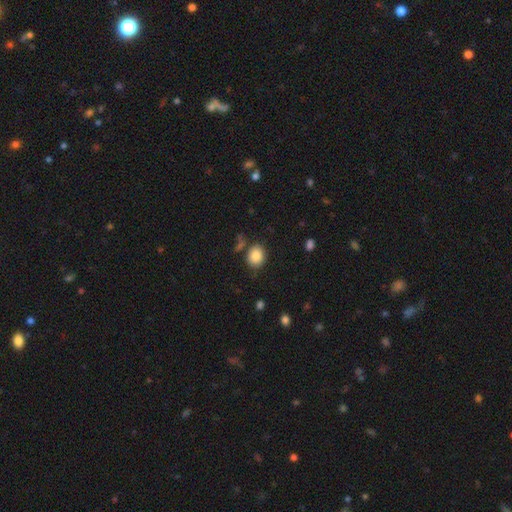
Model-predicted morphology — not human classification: Overall: smooth (86%). How rounded: round (58%; in between 41%). Merging: none (79%).